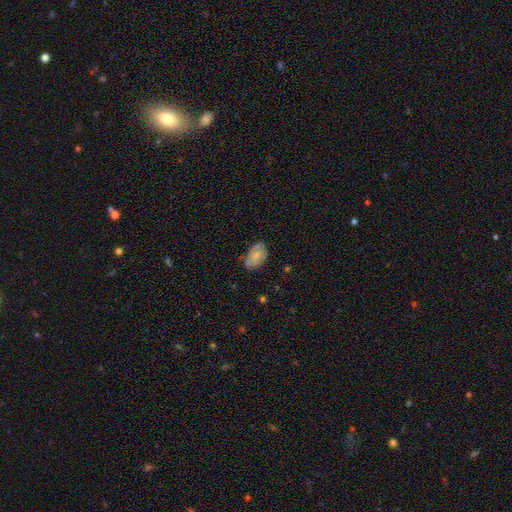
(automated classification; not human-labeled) Smooth or featured?
  - smooth: 70% *
  - featured or disk: 23%
  - star or artifact: 7%
How rounded?
  - in between: 91% *
  - round: 8%
  - cigar-shaped: 2%
Merging?
  - none: 65% *
  - minor disturbance: 28%
  - major disturbance: 5%
  - merger: 2%